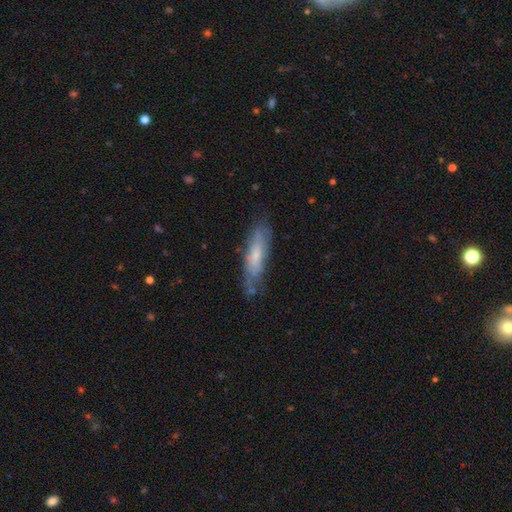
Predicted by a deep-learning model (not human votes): smooth-or-featured: smooth: 48% | featured or disk: 45% | star or artifact: 7%
  merging: none: 67% | minor disturbance: 24% | major disturbance: 7% | merger: 2%